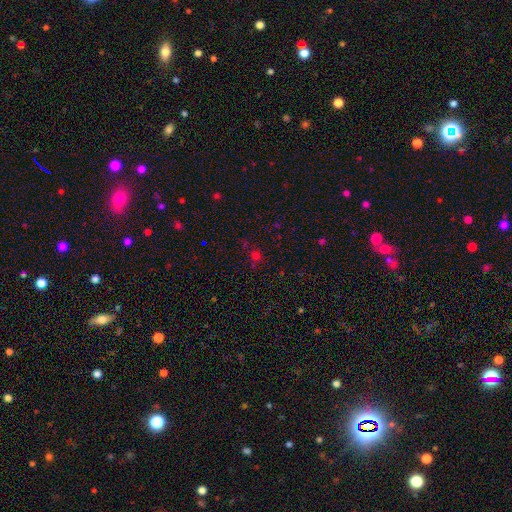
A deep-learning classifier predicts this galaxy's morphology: The model was most divided on "smooth or featured": smooth: 56%, star or artifact: 37%, featured or disk: 6%. More confident: how rounded — round (86%); merging — none (75%).